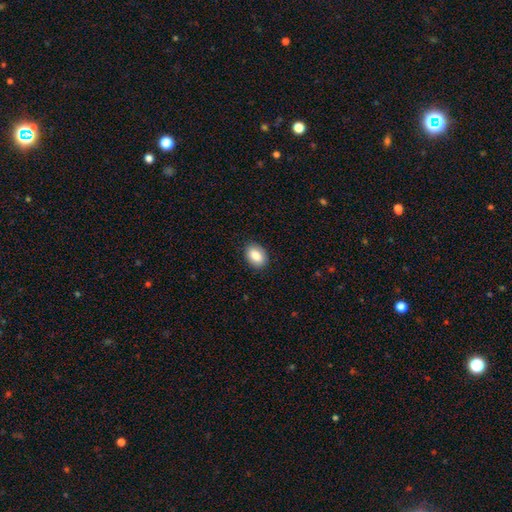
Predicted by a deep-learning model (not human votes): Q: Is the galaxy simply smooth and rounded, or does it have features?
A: smooth — 85%.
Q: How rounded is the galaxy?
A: in between — 79%.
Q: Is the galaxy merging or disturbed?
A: none — 89%.